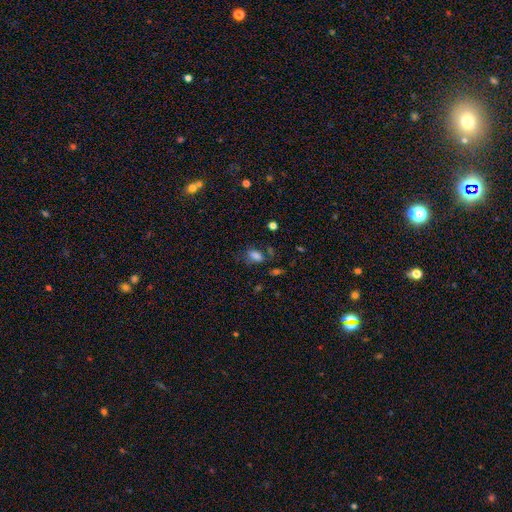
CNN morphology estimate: smooth 75%, star or artifact 15%, featured or disk 10%. Down the decision tree: how rounded — in between (85%); merging — none (57%).